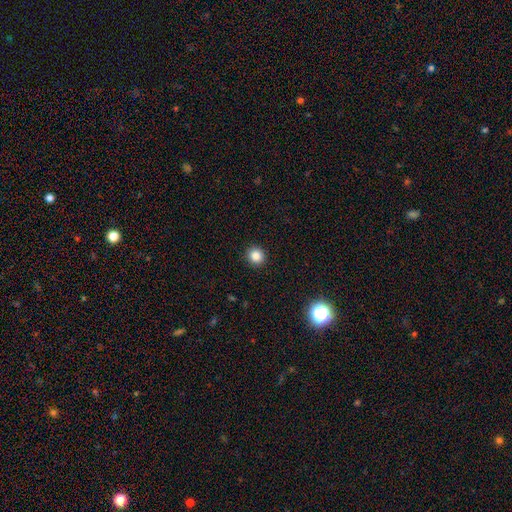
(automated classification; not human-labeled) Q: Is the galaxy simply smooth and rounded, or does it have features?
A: smooth — 85%.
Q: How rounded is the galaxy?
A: round — 90%.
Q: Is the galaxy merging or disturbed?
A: none — 92%.